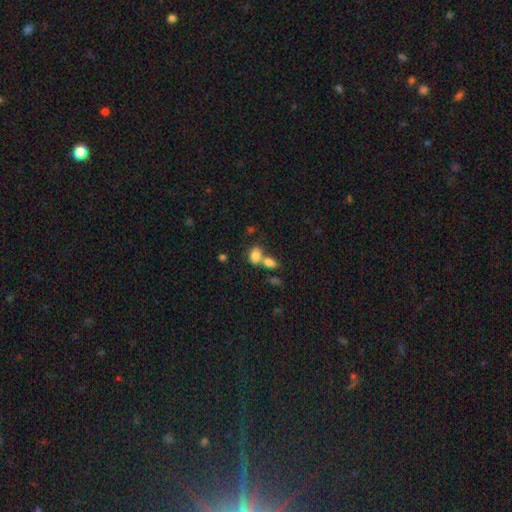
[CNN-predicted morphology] A smooth galaxy with no disk features (81%) that is in between round and cigar-shaped (77%).

Vote fractions:
- Smooth or featured? smooth: 81% / star or artifact: 10% / featured or disk: 9%
- How rounded? in between: 77% / round: 21% / cigar-shaped: 2%
- Merging? merger: 55% / none: 32% / minor disturbance: 9% / major disturbance: 4%